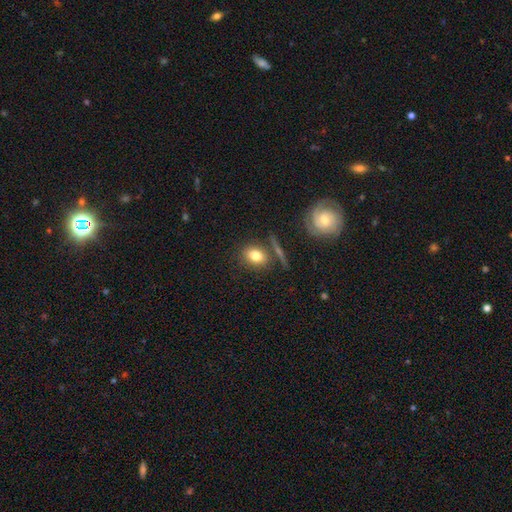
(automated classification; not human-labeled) A smooth galaxy with no disk features (78%) that is in between round and cigar-shaped (64%). Merging: none (73%).